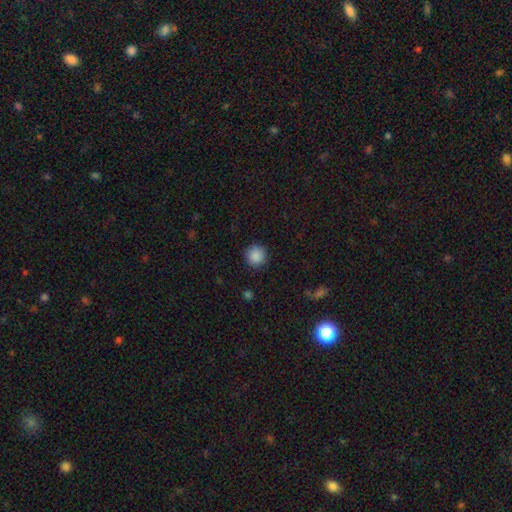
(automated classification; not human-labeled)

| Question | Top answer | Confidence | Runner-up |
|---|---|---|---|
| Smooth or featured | smooth | 88% | star or artifact (9%) |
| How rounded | round | 94% | in between (5%) |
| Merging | none | 91% | minor disturbance (6%) |